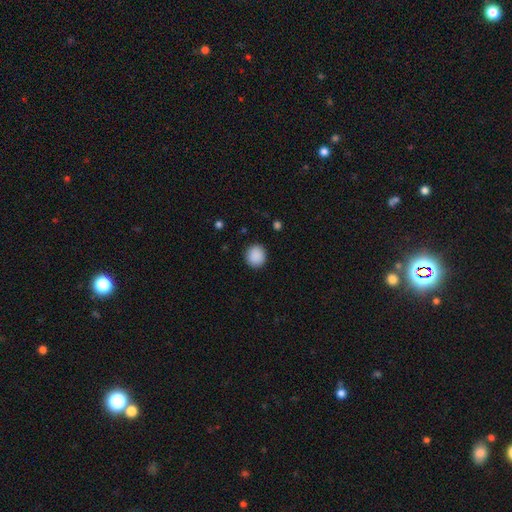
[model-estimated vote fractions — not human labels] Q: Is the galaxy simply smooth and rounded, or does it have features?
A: smooth — 90%.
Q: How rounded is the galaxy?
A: round — 88%.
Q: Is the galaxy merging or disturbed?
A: none — 90%.